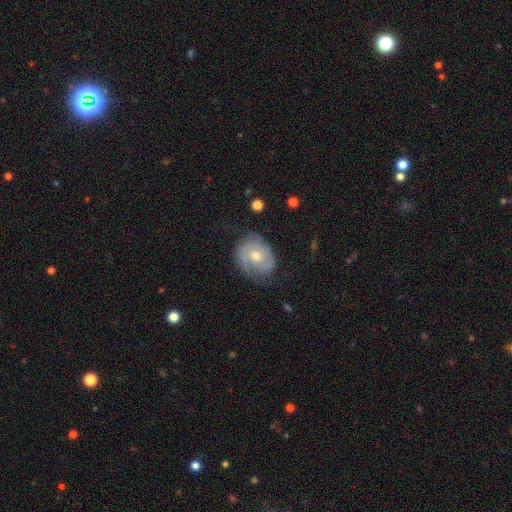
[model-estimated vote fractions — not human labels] Smooth or featured? Predicted: featured or disk (p=0.77). Edge-on disk? Predicted: no (p=0.97). Bar? Predicted: no (p=0.71). Spiral arms? Predicted: yes (p=0.90). Spiral winding? Predicted: tight (p=0.58). Spiral arm count? Predicted: 2 (p=0.62). Bulge size? Predicted: moderate (p=0.70). Merging? Predicted: none (p=0.72).